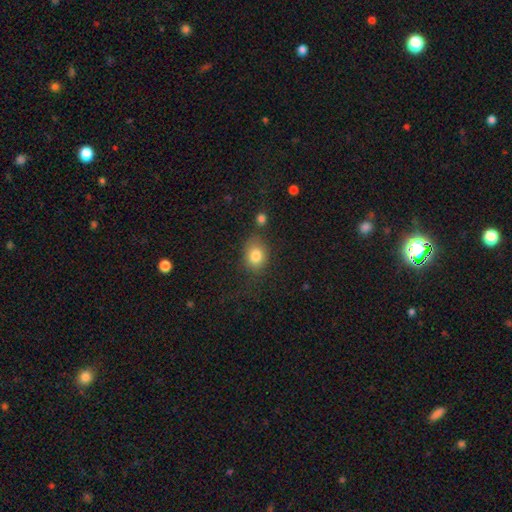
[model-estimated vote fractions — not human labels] Morphology: type=smooth (82%); roundness=in between (53%); merging=none (68%).